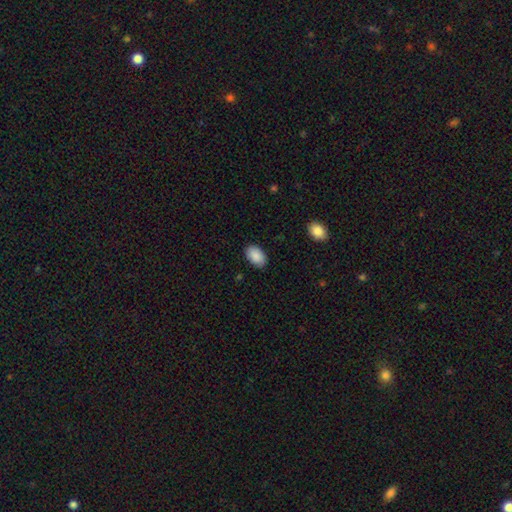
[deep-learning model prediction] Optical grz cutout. It shows a smooth galaxy with no disk features (90%) that is in between round and cigar-shaped (91%). Merging: none (87%).